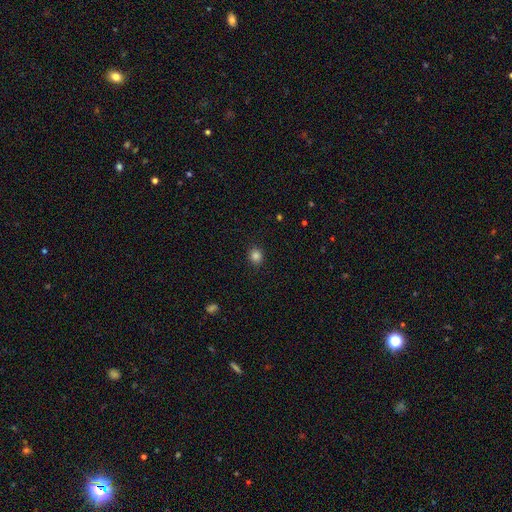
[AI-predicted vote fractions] Smooth or featured?
  - smooth: 85% *
  - star or artifact: 12%
  - featured or disk: 4%
How rounded?
  - round: 76% *
  - in between: 23%
  - cigar-shaped: 1%
Merging?
  - none: 90% *
  - minor disturbance: 7%
  - major disturbance: 2%
  - merger: 1%